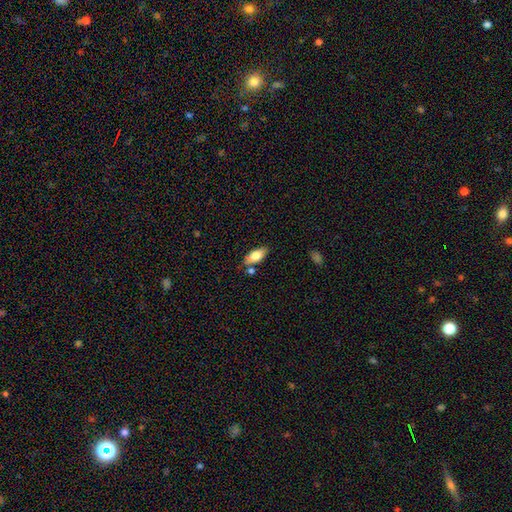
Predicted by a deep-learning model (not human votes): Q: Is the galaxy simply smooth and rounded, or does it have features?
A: smooth — 73%.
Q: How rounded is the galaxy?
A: in between — 84%.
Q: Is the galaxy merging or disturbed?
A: none — 75%.